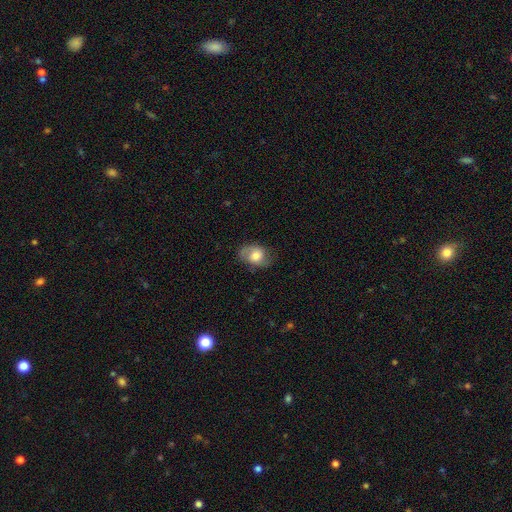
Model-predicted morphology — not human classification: smooth 56%, featured or disk 36%, star or artifact 8%. Down the decision tree: how rounded — in between (70%); merging — none (69%).